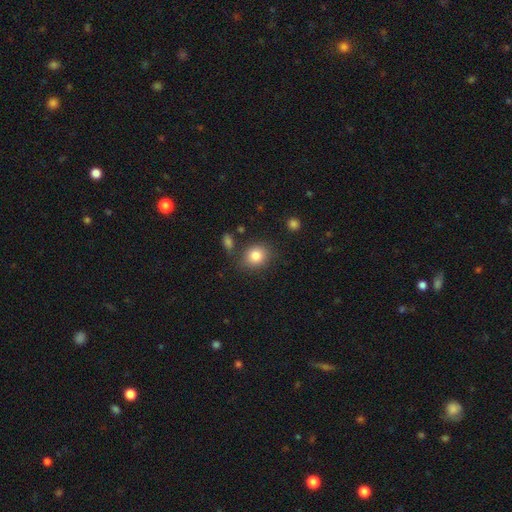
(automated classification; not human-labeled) Morphology: type=smooth (82%); roundness=round (69%); merging=none (78%).